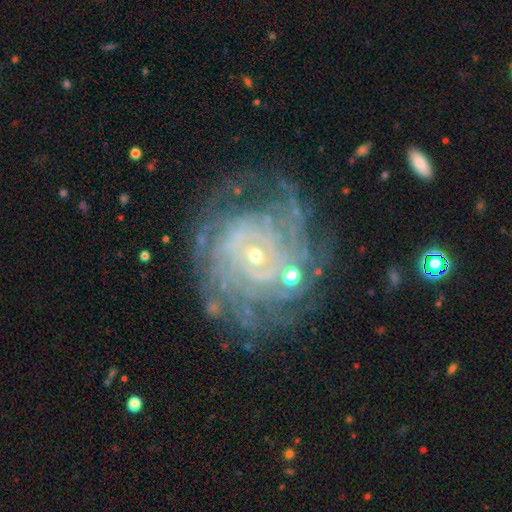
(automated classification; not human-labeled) The model was most divided on "spiral arm count": can't tell: 29%, more than 4: 24%, 4: 20%, 3: 11%, 2: 9%, 1: 7%. More confident: edge-on disk — no (97%); spiral arms — yes (97%); smooth or featured — featured or disk (88%); spiral winding — tight (79%); bulge size — small (76%); merging — none (71%); bar — no (68%).